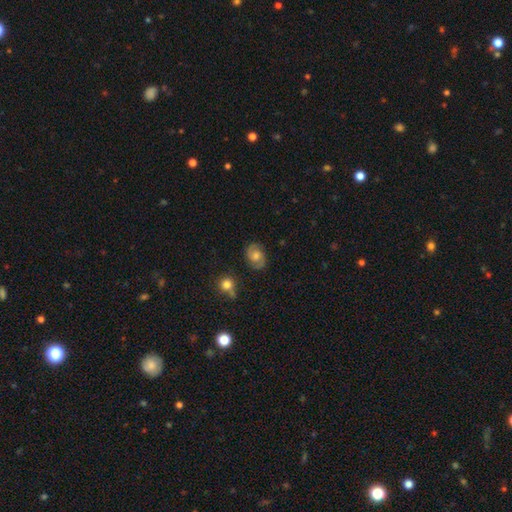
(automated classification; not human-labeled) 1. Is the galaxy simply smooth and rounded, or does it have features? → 57% featured or disk, 34% smooth, 10% star or artifact.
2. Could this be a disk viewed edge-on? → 97% no, 3% yes.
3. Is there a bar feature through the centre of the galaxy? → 66% no, 29% weak, 5% strong.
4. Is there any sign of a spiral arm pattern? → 87% yes, 13% no.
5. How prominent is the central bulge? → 61% moderate, 20% small, 12% large, 5% none, 2% dominant.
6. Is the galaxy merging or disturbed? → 81% none, 13% minor disturbance, 4% major disturbance, 2% merger.